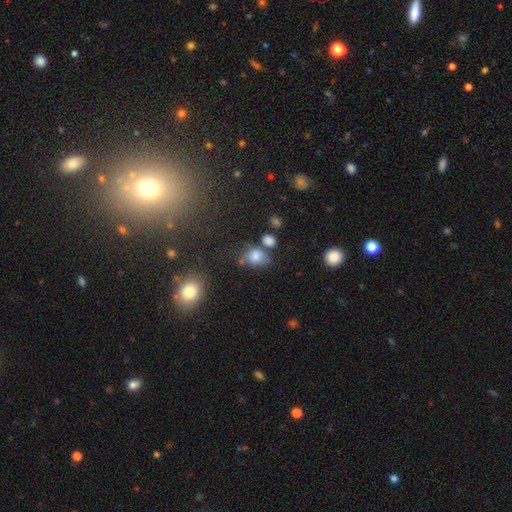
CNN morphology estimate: type=smooth (75%); roundness=in between (61%); merging=none (47%).